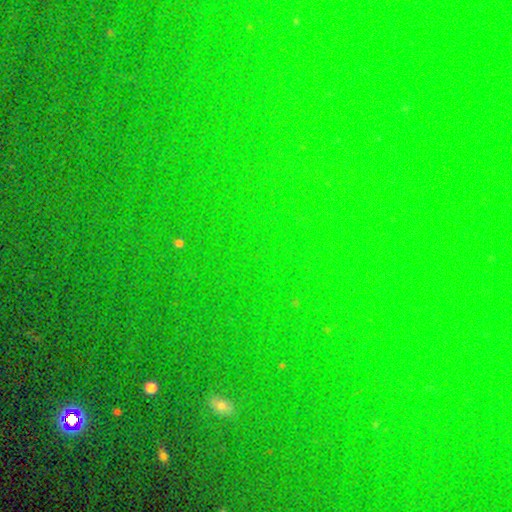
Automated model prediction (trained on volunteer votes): smooth-or-featured: star or artifact: 78% | smooth: 14% | featured or disk: 8%